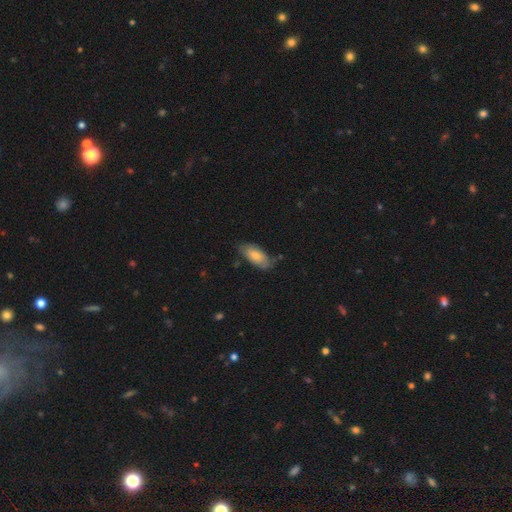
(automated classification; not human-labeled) The model was most divided on "merging": none: 66%, minor disturbance: 27%, major disturbance: 5%, merger: 2%. More confident: how rounded — in between (89%); smooth or featured — smooth (75%).